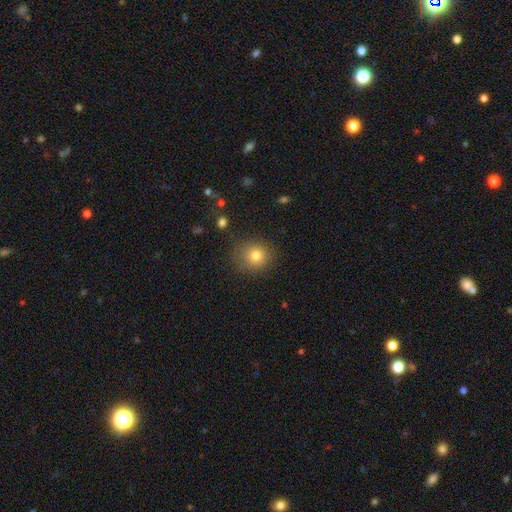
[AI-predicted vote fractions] Smooth or featured?
  - smooth: 79% *
  - star or artifact: 12%
  - featured or disk: 9%
How rounded?
  - round: 84% *
  - in between: 15%
  - cigar-shaped: 1%
Merging?
  - none: 82% *
  - minor disturbance: 12%
  - major disturbance: 4%
  - merger: 2%